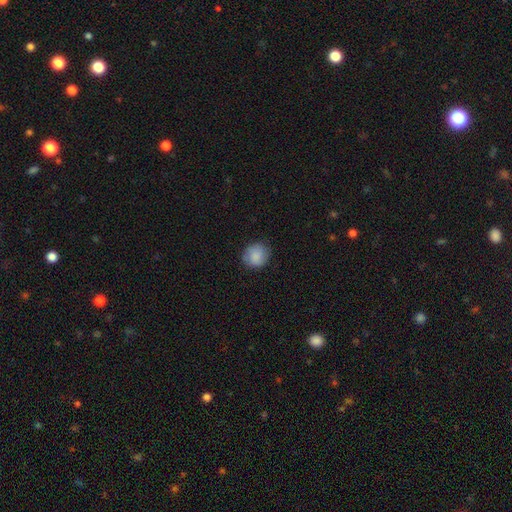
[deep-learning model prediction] smooth 87%, star or artifact 7%, featured or disk 6%. Down the decision tree: how rounded — round (82%); merging — none (83%).